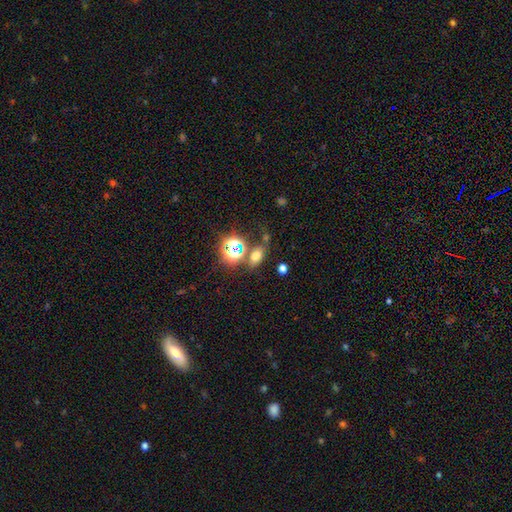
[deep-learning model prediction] A smooth galaxy with no disk features (61%) that is in between round and cigar-shaped (73%). Merging: none (68%).